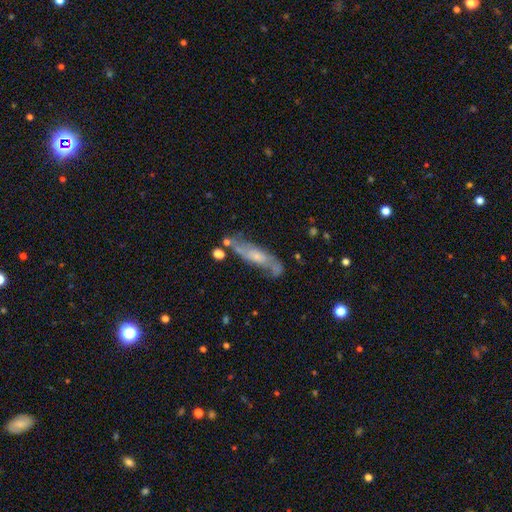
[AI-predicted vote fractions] A featured or disk galaxy (61%). Merging: none (55%).